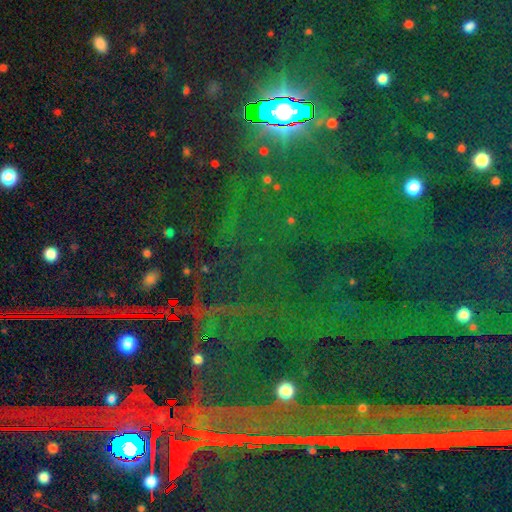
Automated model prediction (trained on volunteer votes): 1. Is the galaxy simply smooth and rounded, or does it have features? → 87% star or artifact, 7% smooth, 6% featured or disk.